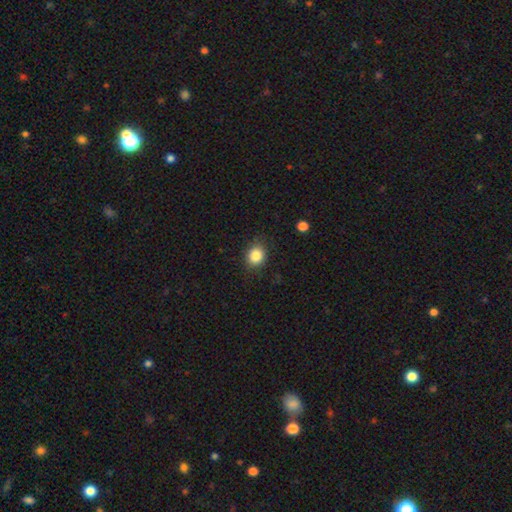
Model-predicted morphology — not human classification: Smooth or featured: smooth — 85% (star or artifact — 10%)
How rounded: round — 69% (in between — 30%)
Merging: none — 85% (minor disturbance — 11%)